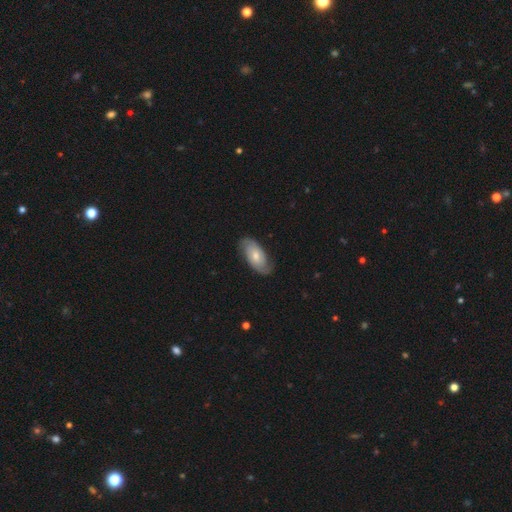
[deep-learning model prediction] Overall: featured or disk (68%). Edge-on disk: no (94%). Bar: no (65%; weak 29%). Spiral arms: yes (91%). Spiral arm count: 2 (83%). Spiral winding: tight (49%; medium 36%). Bulge size: moderate (54%; small 38%). Merging: none (80%).